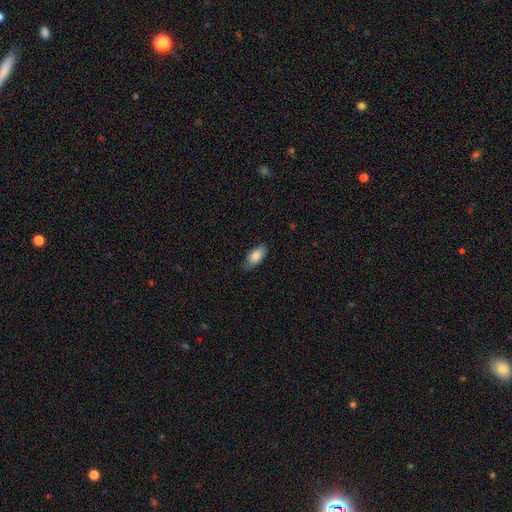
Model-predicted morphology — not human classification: A smooth galaxy with no disk features (83%) that is in between round and cigar-shaped (89%).

Vote fractions:
- Smooth or featured? smooth: 83% / featured or disk: 11% / star or artifact: 6%
- How rounded? in between: 89% / cigar-shaped: 9% / round: 2%
- Merging? none: 78% / minor disturbance: 18% / major disturbance: 3% / merger: 1%